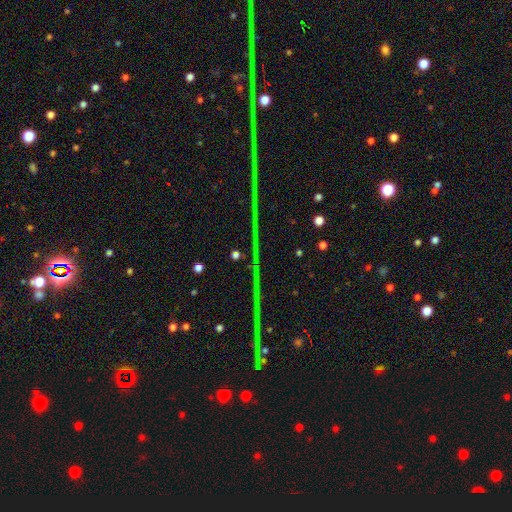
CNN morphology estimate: Smooth or featured? Predicted: star or artifact (p=0.84).